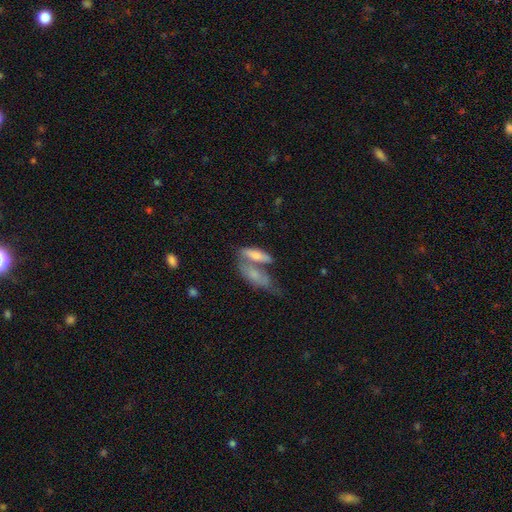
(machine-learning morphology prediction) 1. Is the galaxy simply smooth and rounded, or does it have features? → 67% smooth, 25% featured or disk, 8% star or artifact.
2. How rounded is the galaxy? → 62% in between, 35% cigar-shaped, 3% round.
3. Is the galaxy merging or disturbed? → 55% merger, 29% none, 11% minor disturbance, 6% major disturbance.